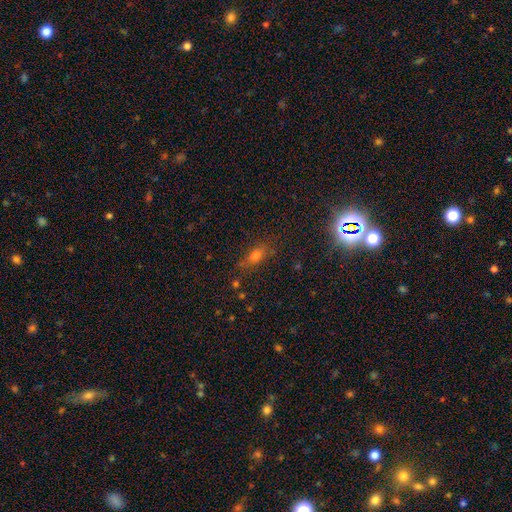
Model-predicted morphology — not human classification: A smooth galaxy with no disk features (55%) that is in between round and cigar-shaped (66%). Merging: none (75%).